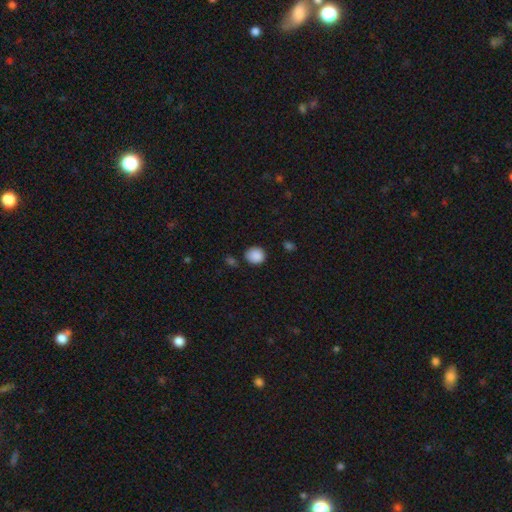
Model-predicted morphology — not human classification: Smooth or featured?
  - smooth: 88% *
  - star or artifact: 9%
  - featured or disk: 3%
How rounded?
  - round: 82% *
  - in between: 18%
  - cigar-shaped: 1%
Merging?
  - none: 82% *
  - minor disturbance: 11%
  - merger: 4%
  - major disturbance: 3%